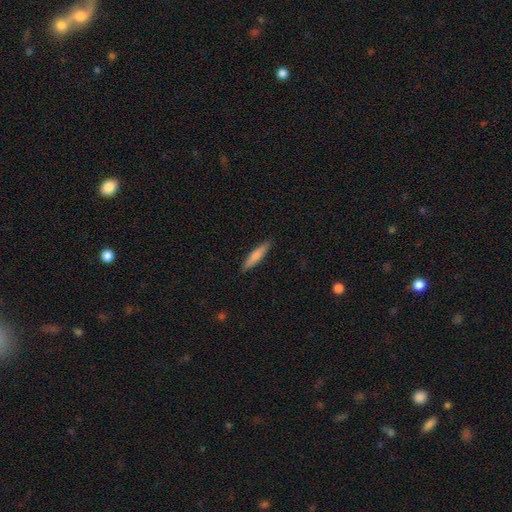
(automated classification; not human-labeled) The model was most divided on "smooth or featured": smooth: 77%, featured or disk: 18%, star or artifact: 6%. More confident: merging — none (90%); how rounded — cigar-shaped (87%).